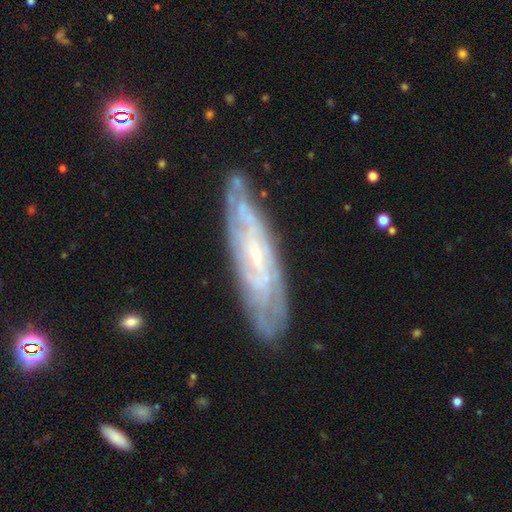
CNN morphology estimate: Smooth or featured? featured or disk (80%)
Edge-on disk? no (72%)
Bar? no (52%)
Spiral arms? yes (91%)
Spiral winding? tight (69%)
Spiral arm count? can't tell (54%)
Bulge size? small (78%)
Merging? none (78%)